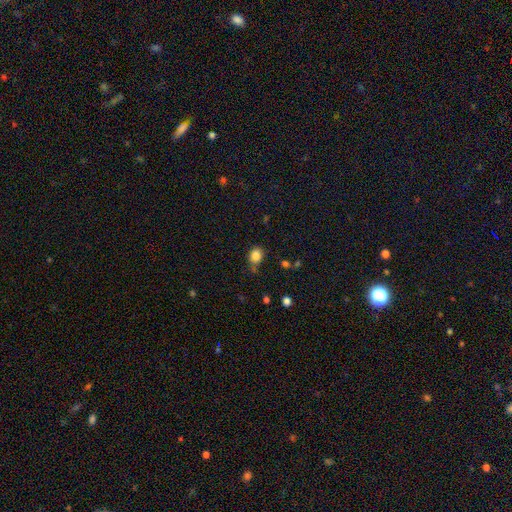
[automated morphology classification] The model was most divided on "how rounded": round: 53%, in between: 46%, cigar-shaped: 1%. More confident: smooth or featured — smooth (84%); merging — none (67%).